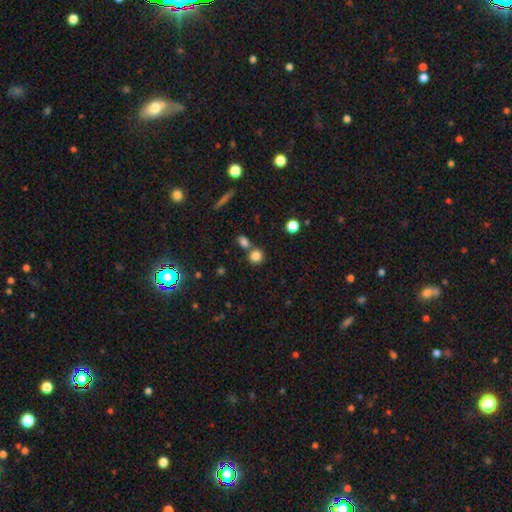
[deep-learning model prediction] Smooth or featured: smooth — 82% (star or artifact — 12%)
How rounded: round — 87% (in between — 12%)
Merging: none — 62% (merger — 28%)